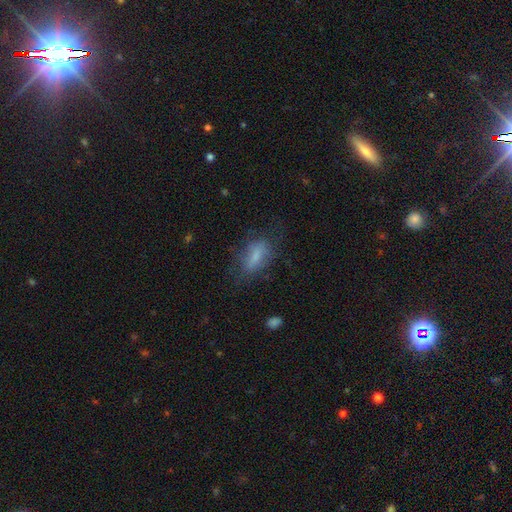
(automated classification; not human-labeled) smooth 66%, featured or disk 24%, star or artifact 10%. Down the decision tree: how rounded — in between (80%); merging — none (59%).